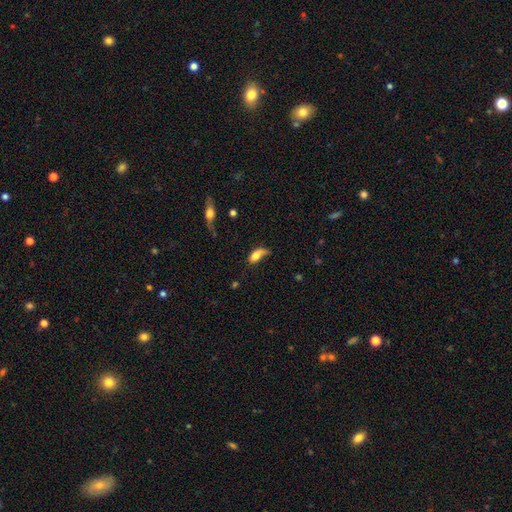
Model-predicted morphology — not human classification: A smooth galaxy with no disk features (64%) that is in between round and cigar-shaped (81%).

Vote fractions:
- Smooth or featured? smooth: 64% / featured or disk: 27% / star or artifact: 8%
- How rounded? in between: 81% / cigar-shaped: 10% / round: 8%
- Merging? major disturbance: 37% / minor disturbance: 27% / none: 27% / merger: 9%